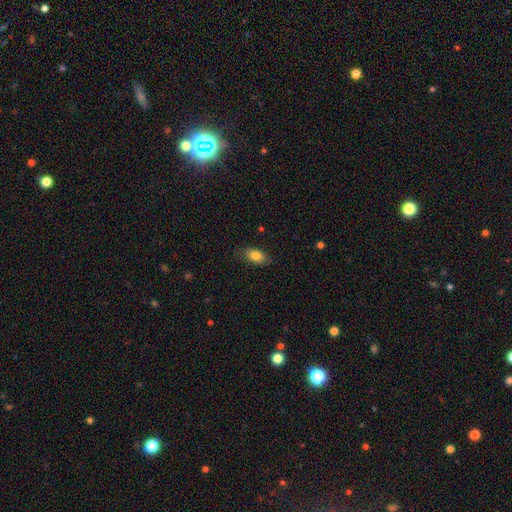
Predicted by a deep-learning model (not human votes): A smooth galaxy with no disk features (81%) that is in between round and cigar-shaped (88%). Merging: none (80%).